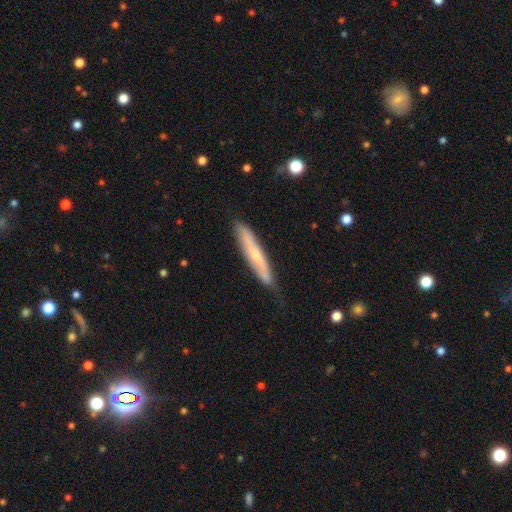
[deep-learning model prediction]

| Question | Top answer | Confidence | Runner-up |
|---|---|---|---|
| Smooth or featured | featured or disk | 50% | smooth (45%) |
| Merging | none | 72% | minor disturbance (23%) |